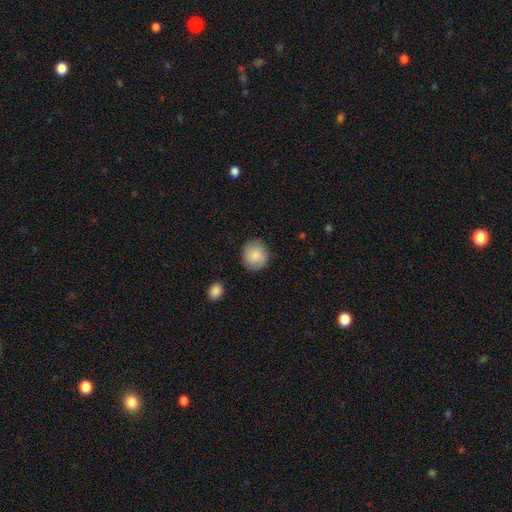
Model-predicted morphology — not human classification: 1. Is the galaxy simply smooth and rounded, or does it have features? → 81% smooth, 13% featured or disk, 7% star or artifact.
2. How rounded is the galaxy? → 82% round, 17% in between, 1% cigar-shaped.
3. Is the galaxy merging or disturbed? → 85% none, 11% minor disturbance, 3% major disturbance, 2% merger.